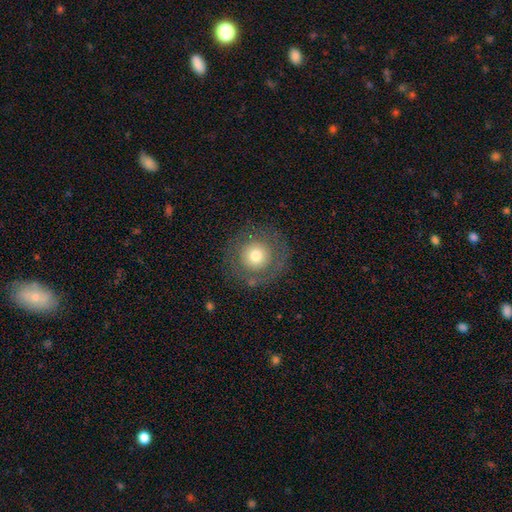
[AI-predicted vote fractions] Smooth or featured?
  - smooth: 63% *
  - featured or disk: 27%
  - star or artifact: 10%
How rounded?
  - round: 95% *
  - in between: 4%
  - cigar-shaped: 1%
Merging?
  - none: 82% *
  - minor disturbance: 10%
  - major disturbance: 6%
  - merger: 1%